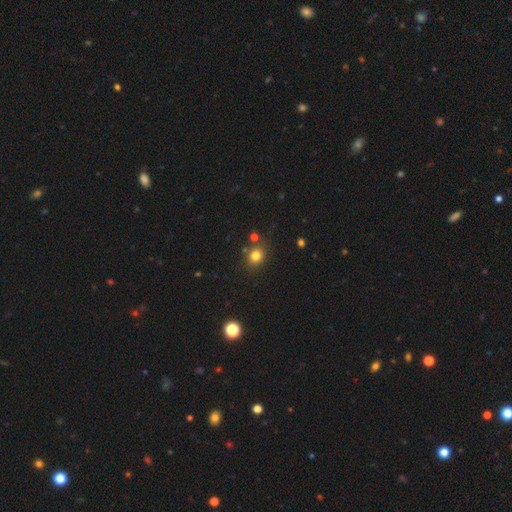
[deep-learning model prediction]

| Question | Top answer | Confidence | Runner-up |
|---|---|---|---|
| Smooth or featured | smooth | 78% | star or artifact (15%) |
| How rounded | round | 70% | in between (29%) |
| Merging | none | 78% | minor disturbance (11%) |